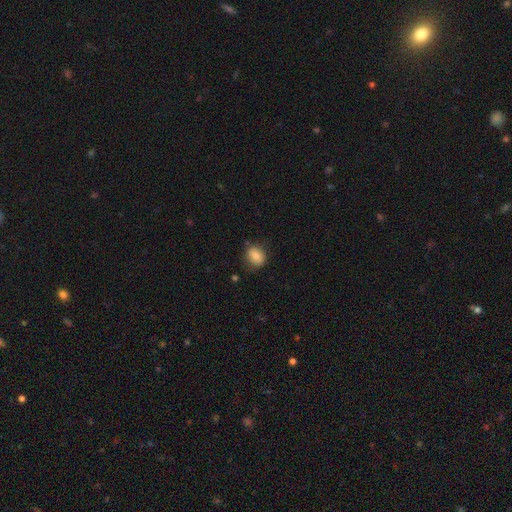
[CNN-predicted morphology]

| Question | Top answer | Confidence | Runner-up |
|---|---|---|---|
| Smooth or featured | smooth | 81% | featured or disk (10%) |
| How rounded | round | 54% | in between (45%) |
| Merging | none | 74% | minor disturbance (19%) |